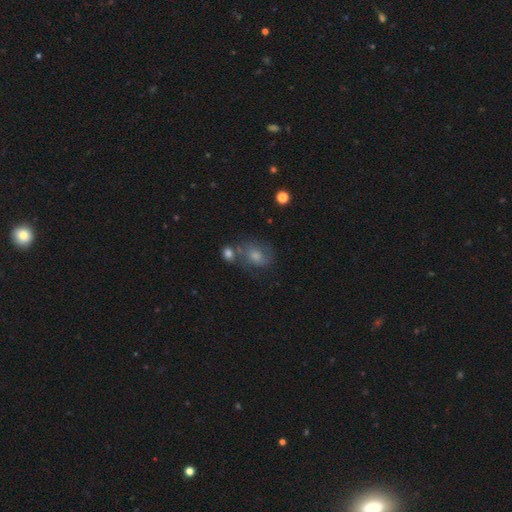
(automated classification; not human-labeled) The model was most divided on "how rounded": in between: 56%, round: 43%, cigar-shaped: 1%. Remaining: smooth or featured — smooth (61%); merging — none (50%).